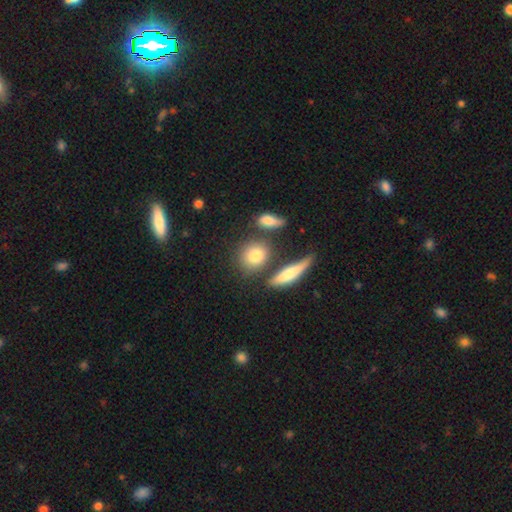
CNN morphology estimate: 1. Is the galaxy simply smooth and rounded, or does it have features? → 78% smooth, 13% featured or disk, 9% star or artifact.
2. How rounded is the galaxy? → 66% round, 28% in between, 6% cigar-shaped.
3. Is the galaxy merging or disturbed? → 68% none, 15% merger, 12% minor disturbance, 5% major disturbance.